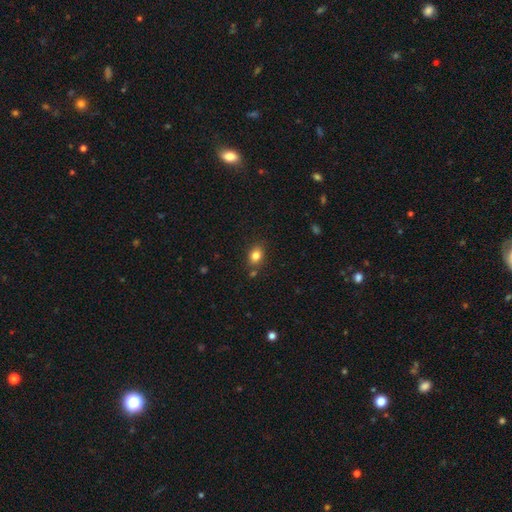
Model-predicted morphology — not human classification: This is clearly a smooth galaxy (82%). How rounded: likely in between (64%). Merging: likely none (79%).